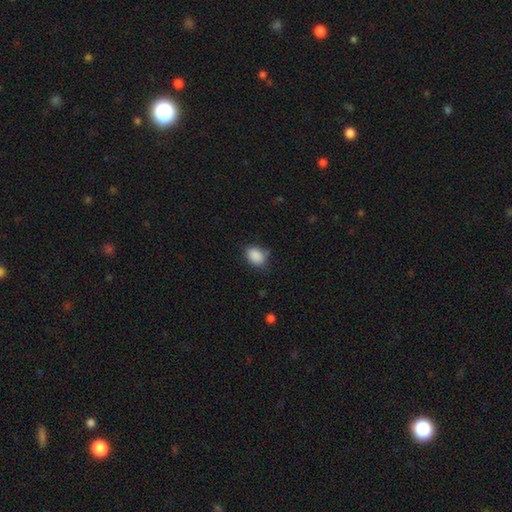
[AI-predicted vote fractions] Q: Smooth or featured?
A: smooth (89%); runner-up: star or artifact (8%)
Q: How rounded?
A: in between (75%); runner-up: round (24%)
Q: Merging?
A: none (75%); runner-up: minor disturbance (18%)